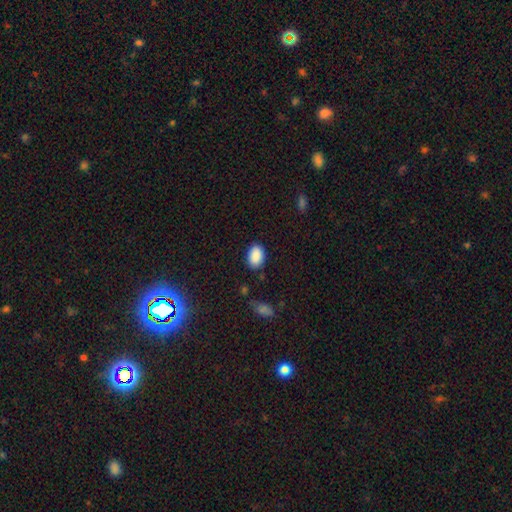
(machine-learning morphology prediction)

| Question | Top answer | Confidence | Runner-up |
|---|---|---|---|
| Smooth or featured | smooth | 90% | star or artifact (7%) |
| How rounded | in between | 84% | round (15%) |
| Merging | none | 84% | minor disturbance (12%) |